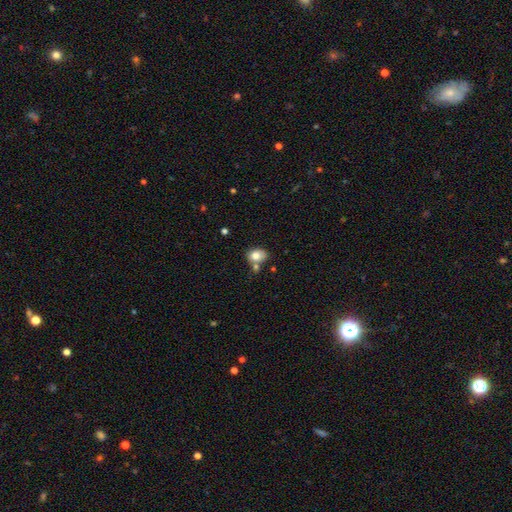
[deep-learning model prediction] This appears to be a smooth galaxy with no disk features (80%) that is in between round and cigar-shaped (70%). Merging: none (56%).